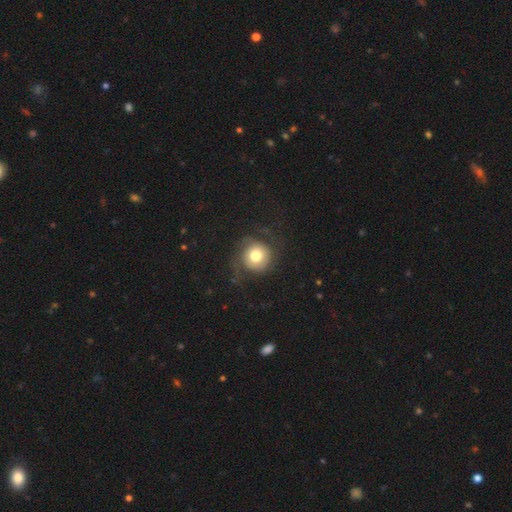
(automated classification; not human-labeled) smooth-or-featured: smooth: 60% | featured or disk: 31% | star or artifact: 9%
  how-rounded: round: 91% | in between: 8% | cigar-shaped: 1%
  merging: none: 58% | major disturbance: 23% | minor disturbance: 18% | merger: 2%